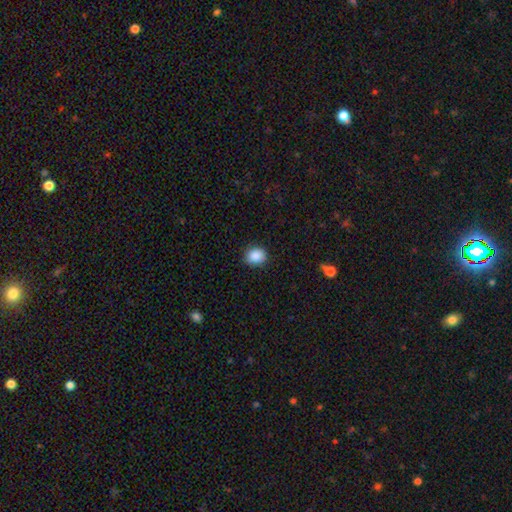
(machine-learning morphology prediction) Smooth or featured? smooth (89%)
How rounded? round (69%)
Merging? none (88%)